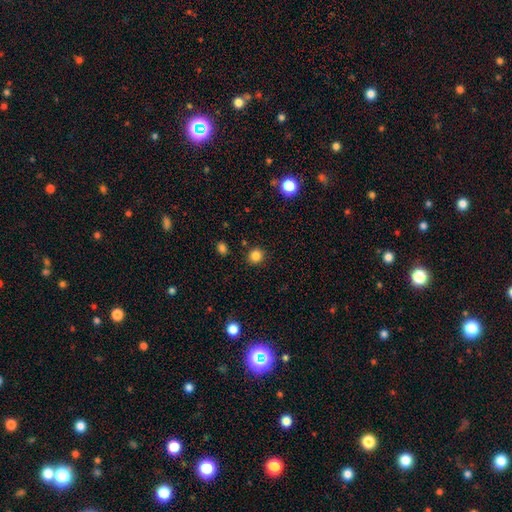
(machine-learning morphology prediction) Overall: smooth (84%). How rounded: round (85%). Merging: none (89%).